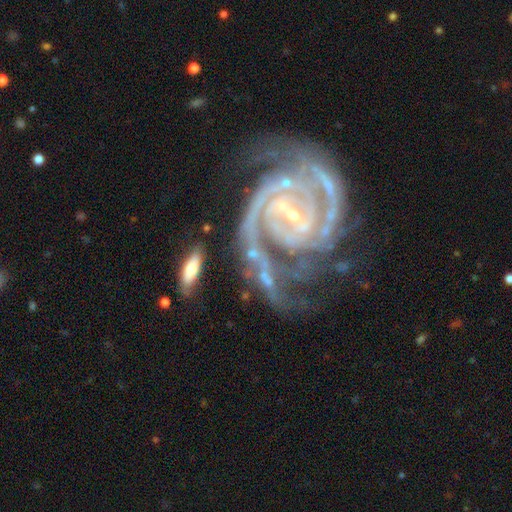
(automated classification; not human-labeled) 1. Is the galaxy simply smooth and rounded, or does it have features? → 90% featured or disk, 5% star or artifact, 5% smooth.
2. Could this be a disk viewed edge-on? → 97% no, 3% yes.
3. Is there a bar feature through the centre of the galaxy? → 40% weak, 30% no, 30% strong.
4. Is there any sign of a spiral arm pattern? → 97% yes, 3% no.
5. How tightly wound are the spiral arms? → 59% tight, 34% medium, 7% loose.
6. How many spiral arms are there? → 57% 2, 16% 3, 11% can't tell, 6% 4, 5% 1, 5% more than 4.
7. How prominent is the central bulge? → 78% small, 14% moderate, 5% none, 2% large, 1% dominant.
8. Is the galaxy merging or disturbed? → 43% none, 20% minor disturbance, 19% merger, 18% major disturbance.